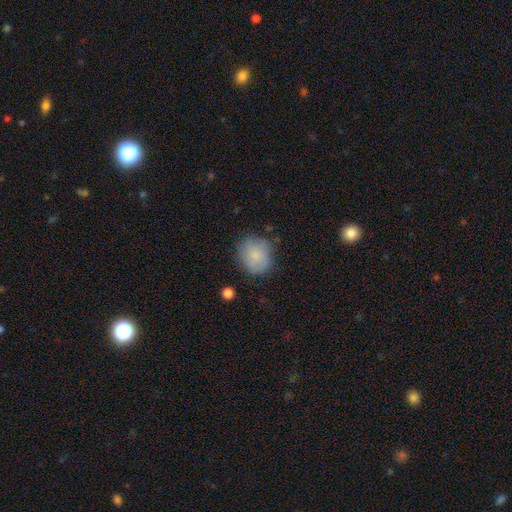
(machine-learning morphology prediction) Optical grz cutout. It shows a smooth galaxy with no disk features (77%) that is round (74%). Merging: none (66%).